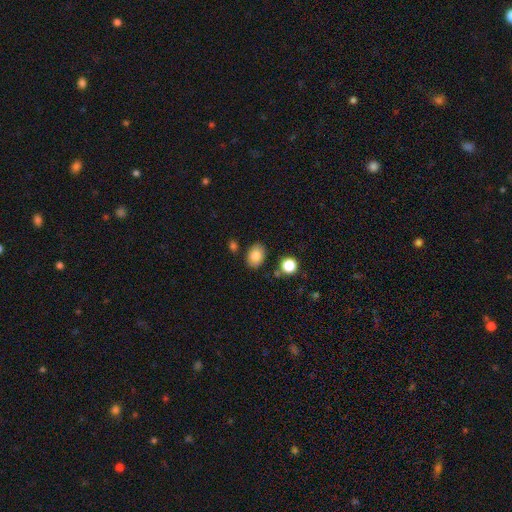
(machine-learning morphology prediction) Smooth or featured? smooth (83%)
How rounded? in between (76%)
Merging? none (82%)